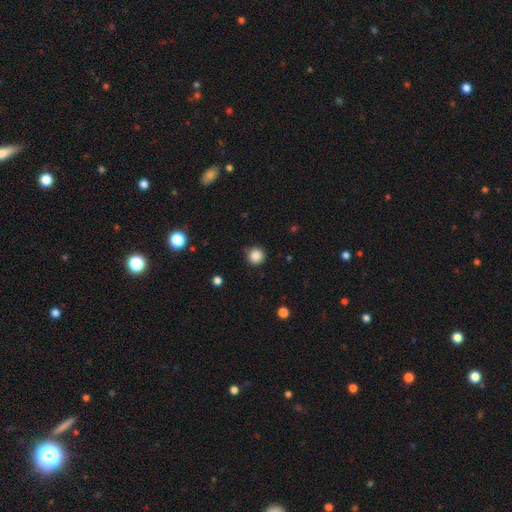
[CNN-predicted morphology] Smooth or featured?
  - smooth: 86% *
  - star or artifact: 11%
  - featured or disk: 3%
How rounded?
  - round: 95% *
  - in between: 5%
  - cigar-shaped: 1%
Merging?
  - none: 85% *
  - minor disturbance: 10%
  - major disturbance: 3%
  - merger: 2%